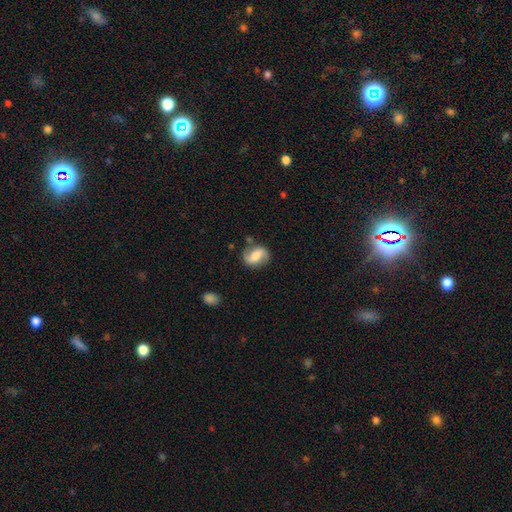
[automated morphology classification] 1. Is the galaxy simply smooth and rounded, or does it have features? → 61% featured or disk, 31% smooth, 8% star or artifact.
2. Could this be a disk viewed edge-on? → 97% no, 3% yes.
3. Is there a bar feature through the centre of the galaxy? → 41% weak, 32% no, 27% strong.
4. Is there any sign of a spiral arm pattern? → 91% yes, 9% no.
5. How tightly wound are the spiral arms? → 47% loose, 38% medium, 15% tight.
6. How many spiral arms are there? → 89% 2, 4% can't tell, 4% 1, 1% 3, 1% 4, 1% more than 4.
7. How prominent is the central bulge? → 40% moderate, 24% large, 21% small, 11% none, 5% dominant.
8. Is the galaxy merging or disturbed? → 74% none, 17% minor disturbance, 6% major disturbance, 4% merger.